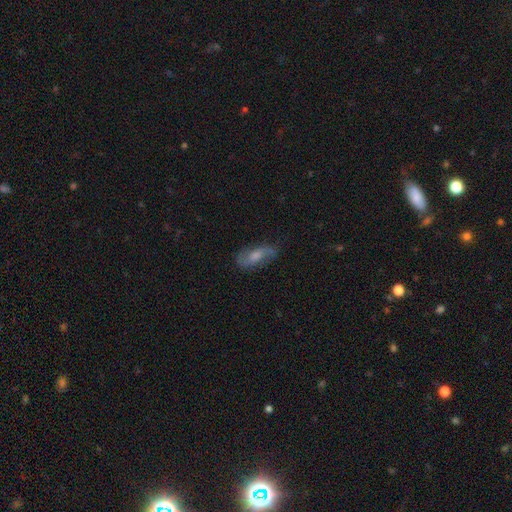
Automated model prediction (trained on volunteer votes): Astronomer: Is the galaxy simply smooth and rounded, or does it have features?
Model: featured or disk — 59%.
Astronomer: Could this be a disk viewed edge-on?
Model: no — 89%.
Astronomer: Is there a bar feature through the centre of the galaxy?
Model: no — 49% (runner-up: weak, 41%).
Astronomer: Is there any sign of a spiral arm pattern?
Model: yes — 88%.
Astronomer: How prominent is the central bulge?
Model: moderate — 45% (runner-up: small, 22%).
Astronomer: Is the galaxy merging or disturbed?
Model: none — 72%.